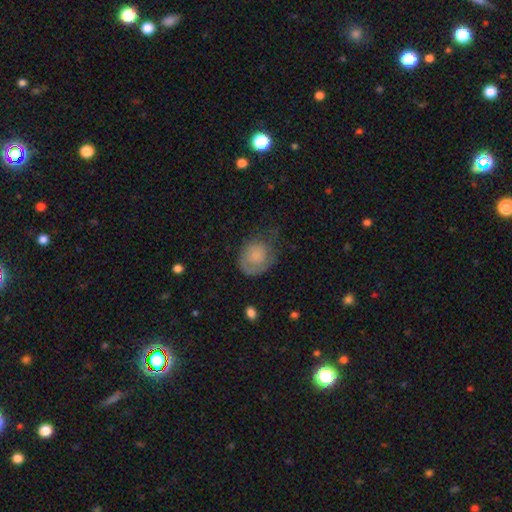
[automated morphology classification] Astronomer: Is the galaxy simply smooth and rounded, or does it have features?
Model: smooth — 67%.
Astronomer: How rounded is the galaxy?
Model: round — 55% (runner-up: in between, 44%).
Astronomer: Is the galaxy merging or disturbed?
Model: none — 43% (runner-up: minor disturbance, 30%).